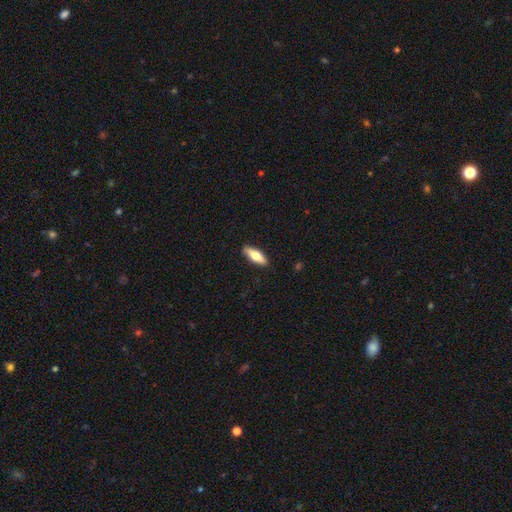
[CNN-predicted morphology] This appears to be a smooth galaxy with no disk features (65%) that is in between round and cigar-shaped (57%). Merging: none (89%).